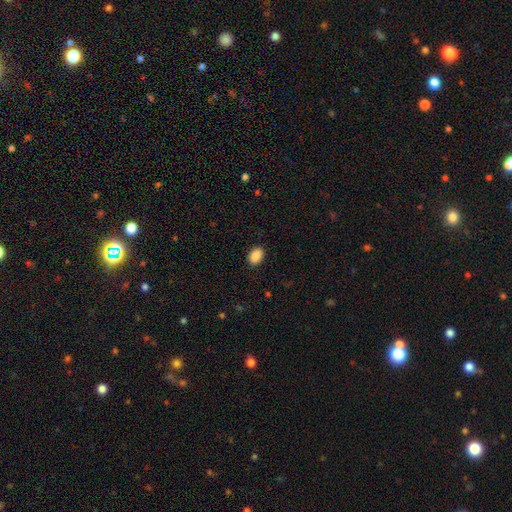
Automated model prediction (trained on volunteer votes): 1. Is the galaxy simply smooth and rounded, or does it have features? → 89% smooth, 8% star or artifact, 3% featured or disk.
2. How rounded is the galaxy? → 82% in between, 17% round, 1% cigar-shaped.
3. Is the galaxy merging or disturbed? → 89% none, 8% minor disturbance, 2% major disturbance, 1% merger.